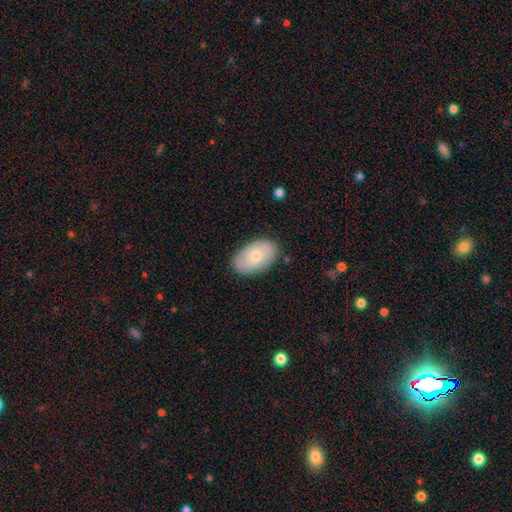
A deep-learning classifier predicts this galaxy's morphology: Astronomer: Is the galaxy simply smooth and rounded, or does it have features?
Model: smooth — 70%.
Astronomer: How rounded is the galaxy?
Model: in between — 92%.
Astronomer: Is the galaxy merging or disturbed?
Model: none — 84%.